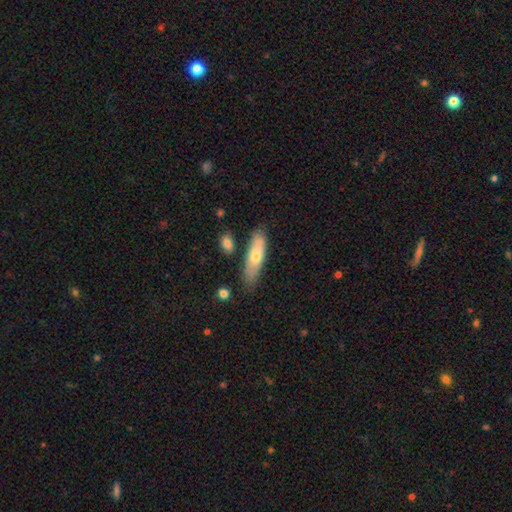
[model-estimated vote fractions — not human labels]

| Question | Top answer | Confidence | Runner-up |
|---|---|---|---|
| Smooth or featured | smooth | 65% | featured or disk (30%) |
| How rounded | cigar-shaped | 56% | in between (42%) |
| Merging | none | 74% | minor disturbance (17%) |